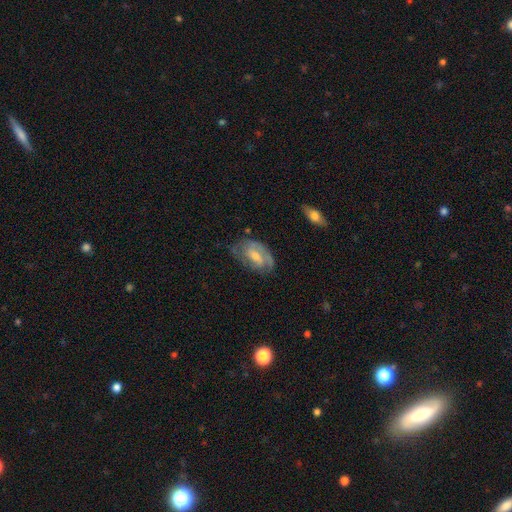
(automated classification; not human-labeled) smooth-or-featured: featured or disk: 70% | smooth: 23% | star or artifact: 7%
  disk-edge-on: no: 95% | yes: 5%
    bar: weak: 47% | no: 38% | strong: 14%
    has-spiral-arms: yes: 84% | no: 16%
      spiral-winding: tight: 46% | medium: 39% | loose: 14%
      spiral-arm-count: 2: 52% | can't tell: 25% | 1: 14% | 3: 6% | 4: 2% | more than 4: 2%
    bulge-size: moderate: 49% | small: 41% | none: 5% | large: 4% | dominant: 1%
  merging: none: 61% | minor disturbance: 25% | major disturbance: 12% | merger: 2%